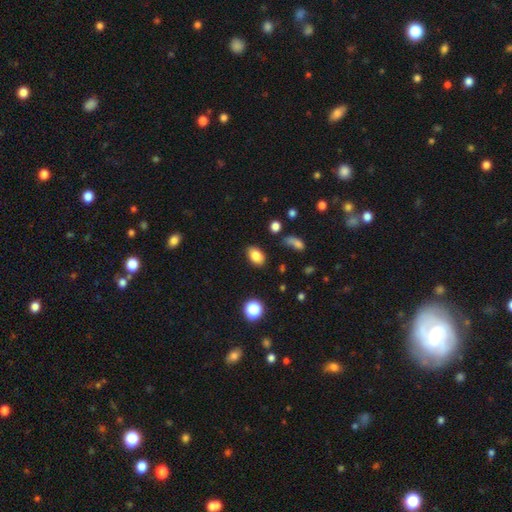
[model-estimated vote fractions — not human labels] Smooth or featured: smooth — 82% (star or artifact — 10%)
How rounded: in between — 87% (round — 12%)
Merging: none — 84% (minor disturbance — 11%)